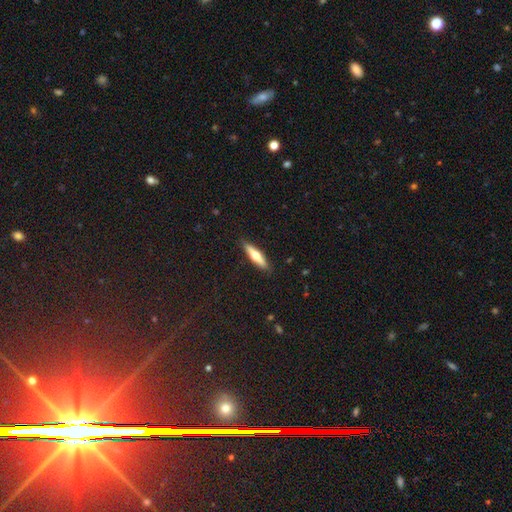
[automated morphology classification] This is possibly a smooth galaxy (48%). Merging: clearly none (89%).